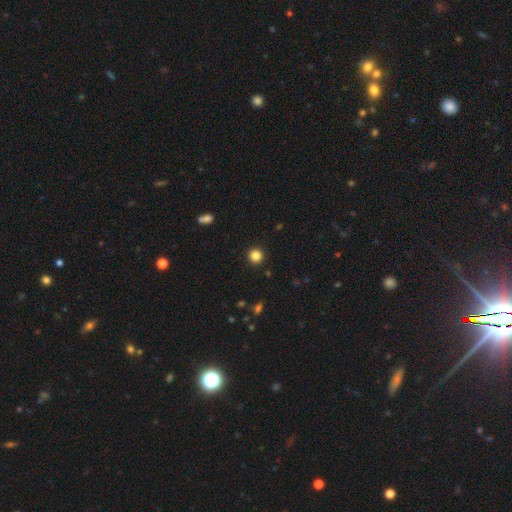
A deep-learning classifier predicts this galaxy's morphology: Q: Smooth or featured?
A: smooth (84%); runner-up: star or artifact (12%)
Q: How rounded?
A: round (95%); runner-up: in between (4%)
Q: Merging?
A: none (93%); runner-up: minor disturbance (4%)